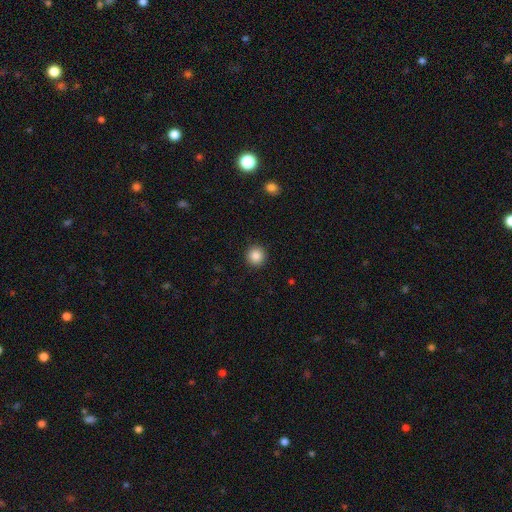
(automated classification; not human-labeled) Smooth or featured: smooth — 86% (star or artifact — 10%)
How rounded: round — 94% (in between — 5%)
Merging: none — 93% (minor disturbance — 5%)